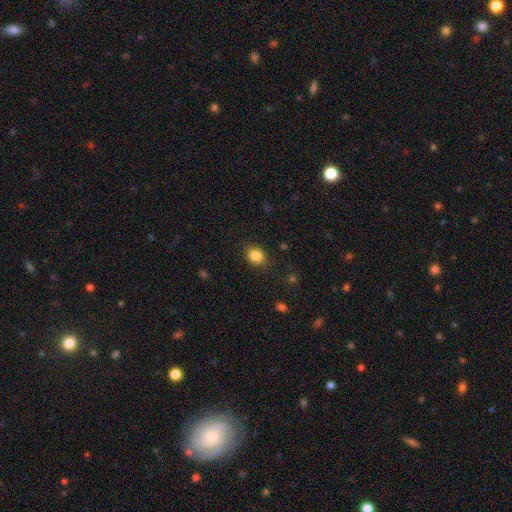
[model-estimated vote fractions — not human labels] A smooth galaxy with no disk features (85%) that is in between round and cigar-shaped (52%). Merging: none (87%).